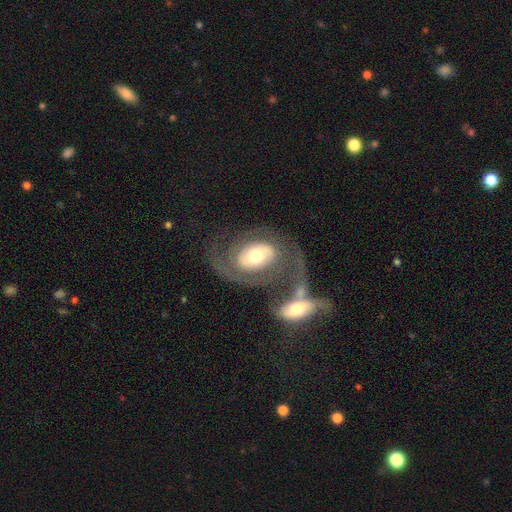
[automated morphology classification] type=featured or disk (74%); edge-on=no (96%); bar=no (59%); spiral arms=yes (82%); winding=medium (40%); arm count=2 (72%); bulge=moderate (63%); merging=none (40%).